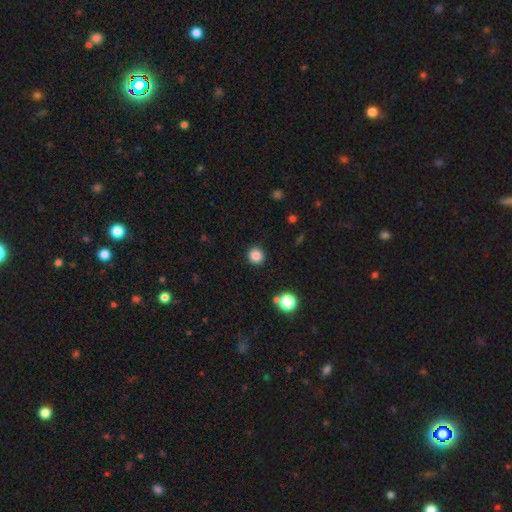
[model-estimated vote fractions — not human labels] Smooth or featured? smooth (85%)
How rounded? round (92%)
Merging? none (91%)